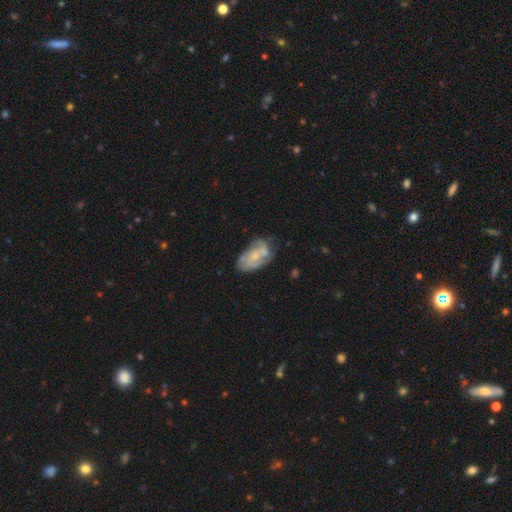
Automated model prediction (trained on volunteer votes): smooth-or-featured: featured or disk: 57% | smooth: 35% | star or artifact: 8%
  disk-edge-on: no: 96% | yes: 4%
    bar: no: 80% | weak: 16% | strong: 3%
    has-spiral-arms: no: 55% | yes: 45%
    bulge-size: small: 55% | moderate: 31% | none: 11% | large: 2% | dominant: 1%
  merging: none: 40% | minor disturbance: 27% | major disturbance: 17% | merger: 16%